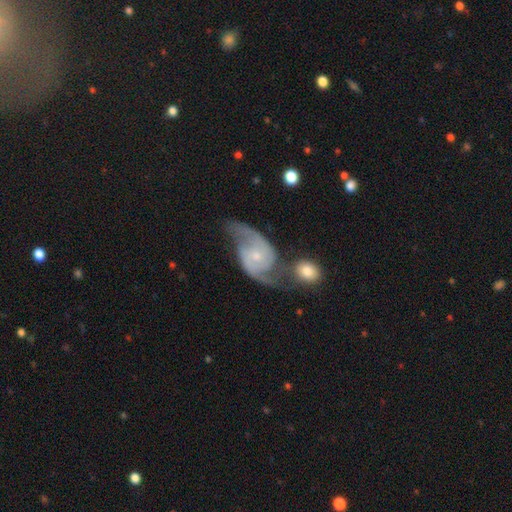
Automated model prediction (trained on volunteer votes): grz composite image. It shows a featured or disk galaxy (88%) with no bar (60%), 2 (90%) medium (46%) spiral arms (96%) and a small central bulge (68%). Merging: none (45%).